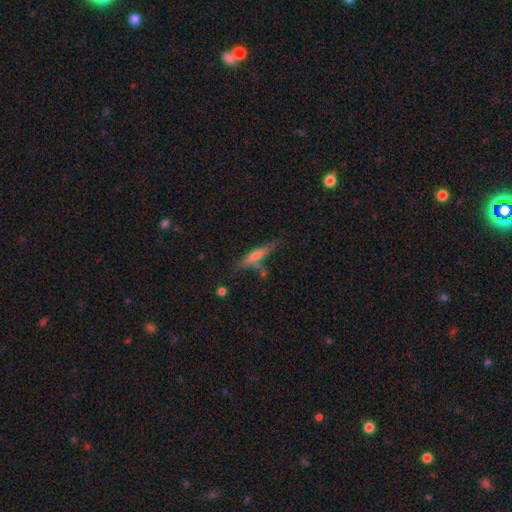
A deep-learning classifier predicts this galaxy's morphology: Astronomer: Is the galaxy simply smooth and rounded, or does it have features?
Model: featured or disk — 50% (runner-up: smooth, 41%).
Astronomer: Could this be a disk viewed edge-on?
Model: yes — 90%.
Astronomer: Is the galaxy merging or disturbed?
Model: none — 66%.